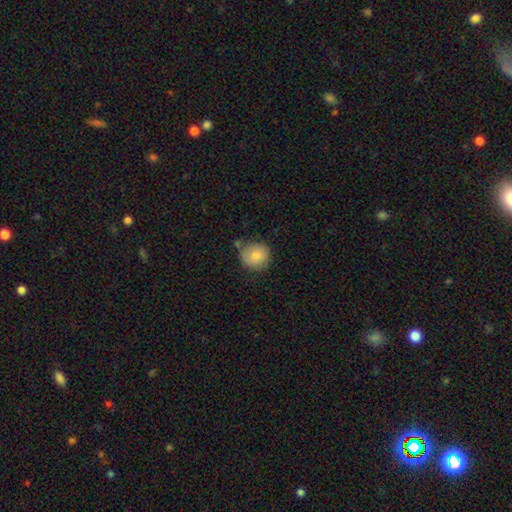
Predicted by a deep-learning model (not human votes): smooth_or_featured: smooth (p=0.83) [alt: featured or disk p=0.10]
how_rounded: round (p=0.88) [alt: in between p=0.11]
merging: none (p=0.69) [alt: minor disturbance p=0.20]